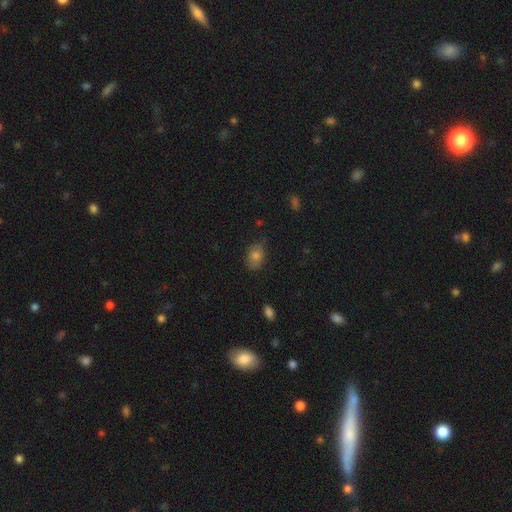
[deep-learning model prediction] A smooth galaxy with no disk features (77%) that is in between round and cigar-shaped (78%).

Vote fractions:
- Smooth or featured? smooth: 77% / featured or disk: 12% / star or artifact: 11%
- How rounded? in between: 78% / round: 21% / cigar-shaped: 1%
- Merging? none: 74% / minor disturbance: 21% / major disturbance: 4% / merger: 1%